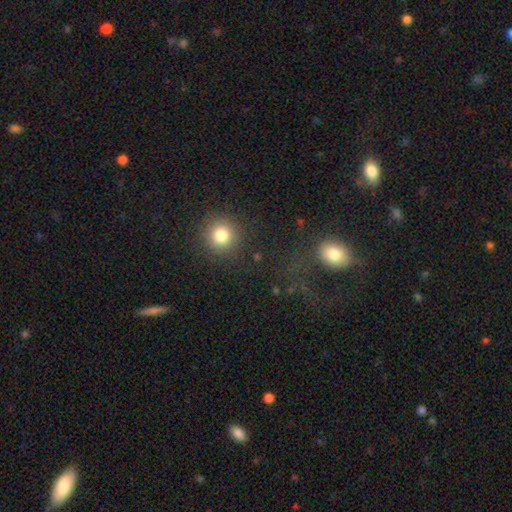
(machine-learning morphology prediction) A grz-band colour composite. It shows a smooth galaxy with no disk features (65%) that is round (89%). Merging: none (77%).